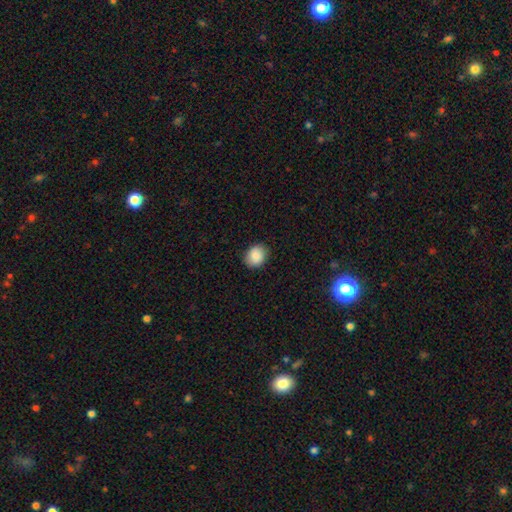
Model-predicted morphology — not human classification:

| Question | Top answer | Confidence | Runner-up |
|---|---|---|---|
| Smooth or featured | smooth | 87% | star or artifact (8%) |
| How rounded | round | 60% | in between (39%) |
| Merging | none | 87% | minor disturbance (10%) |